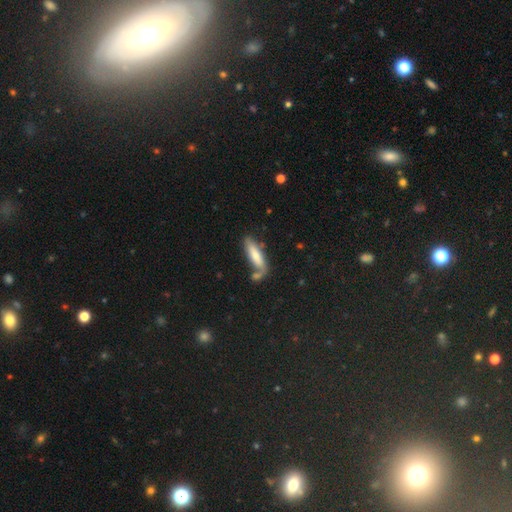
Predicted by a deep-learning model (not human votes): smooth-or-featured: smooth: 71% | featured or disk: 23% | star or artifact: 6%
  how-rounded: cigar-shaped: 61% | in between: 37% | round: 2%
  merging: none: 56% | merger: 21% | minor disturbance: 18% | major disturbance: 6%